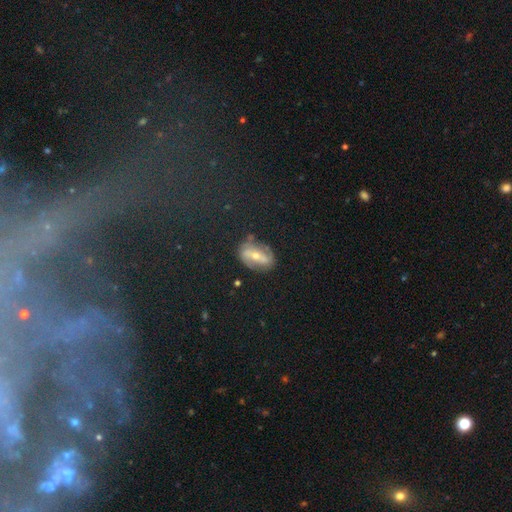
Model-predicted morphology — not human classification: Overall: featured or disk (64%; smooth 24%). Edge-on disk: no (90%). Bar: strong (47%; weak 31%). Spiral arms: yes (74%). Bulge size: moderate (57%; small 38%). Merging: none (76%).